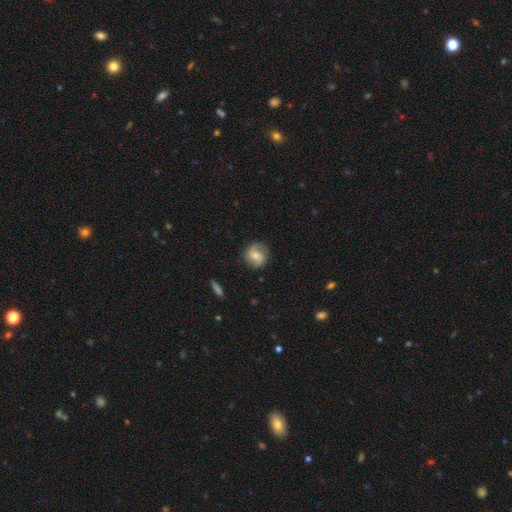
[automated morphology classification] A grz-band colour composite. It shows a featured or disk galaxy (51%). Merging: none (80%).